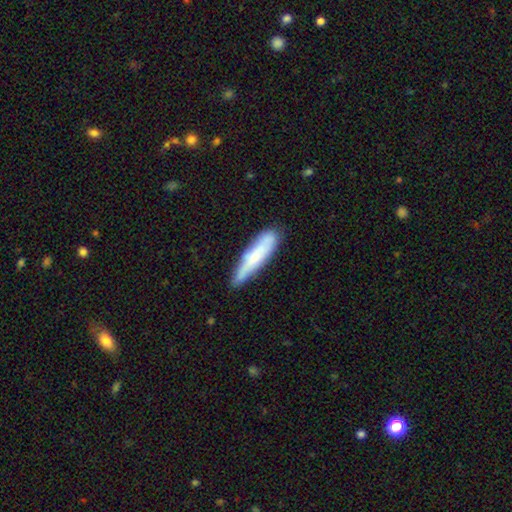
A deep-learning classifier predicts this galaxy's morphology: The model was most divided on "smooth or featured": smooth: 63%, featured or disk: 31%, star or artifact: 6%. More confident: how rounded — cigar-shaped (82%); merging — none (74%).